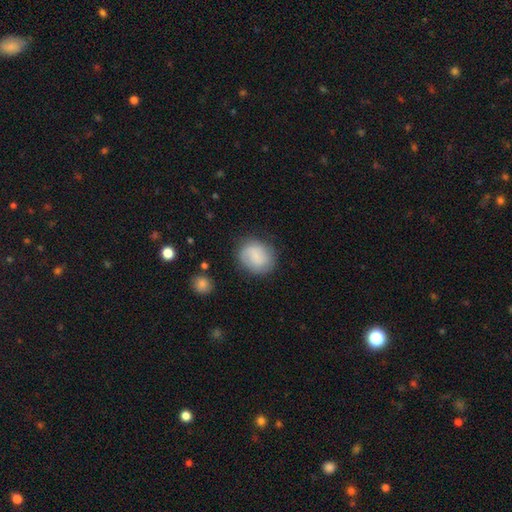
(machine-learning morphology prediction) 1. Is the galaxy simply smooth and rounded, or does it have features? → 71% smooth, 21% featured or disk, 8% star or artifact.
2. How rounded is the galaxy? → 66% round, 33% in between, 1% cigar-shaped.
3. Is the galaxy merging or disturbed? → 77% none, 16% minor disturbance, 5% major disturbance, 2% merger.